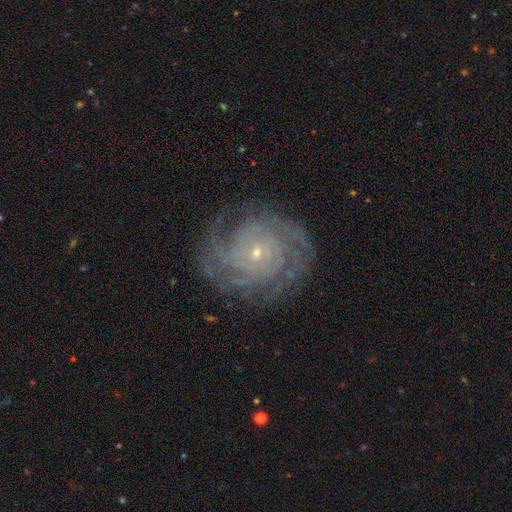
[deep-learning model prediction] smooth-or-featured: featured or disk: 87% | star or artifact: 7% | smooth: 6%
  disk-edge-on: no: 97% | yes: 3%
    bar: no: 79% | weak: 16% | strong: 5%
    has-spiral-arms: yes: 97% | no: 3%
      spiral-winding: tight: 78% | medium: 19% | loose: 3%
      spiral-arm-count: 2: 24% | can't tell: 22% | 3: 20% | 4: 16% | more than 4: 10% | 1: 8%
    bulge-size: small: 82% | moderate: 14% | none: 1% | large: 1% | dominant: 1%
  merging: none: 81% | minor disturbance: 13% | major disturbance: 5% | merger: 1%